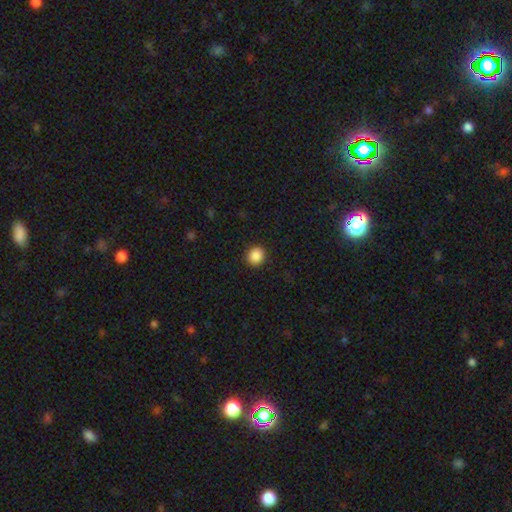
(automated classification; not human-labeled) Overall: smooth (88%). How rounded: round (90%). Merging: none (92%).